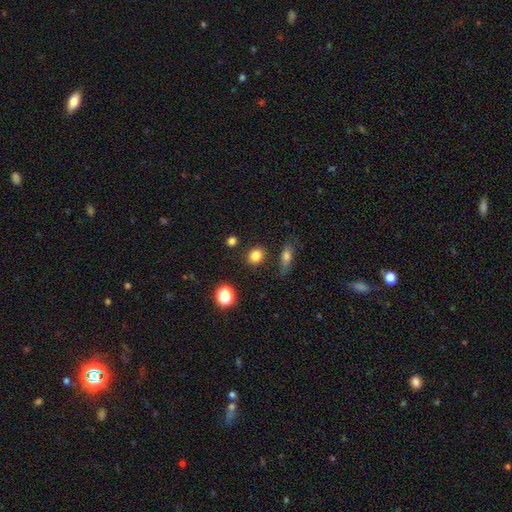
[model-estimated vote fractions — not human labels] smooth-or-featured: smooth: 82% | star or artifact: 12% | featured or disk: 5%
  how-rounded: round: 73% | in between: 26% | cigar-shaped: 1%
  merging: none: 84% | minor disturbance: 9% | merger: 4% | major disturbance: 3%